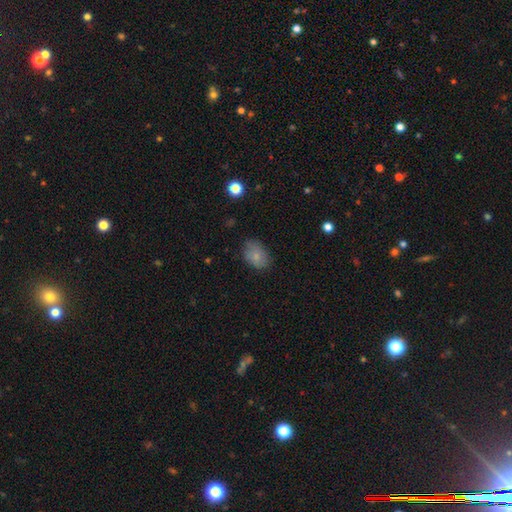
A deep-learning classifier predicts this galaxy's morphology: Overall: smooth (79%). How rounded: in between (80%). Merging: none (74%).